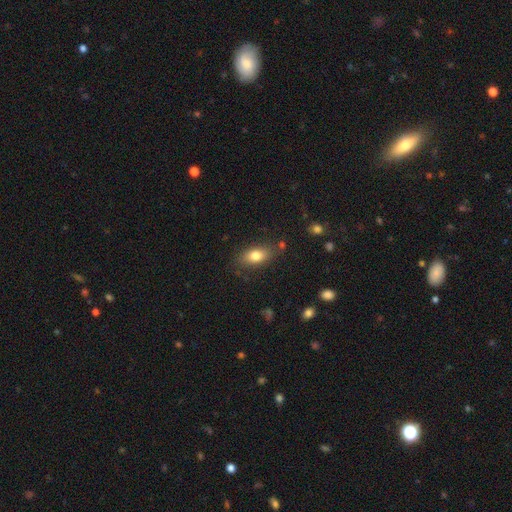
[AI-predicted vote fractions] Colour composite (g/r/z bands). It shows a smooth galaxy with no disk features (78%) that is in between round and cigar-shaped (85%). Merging: none (77%).